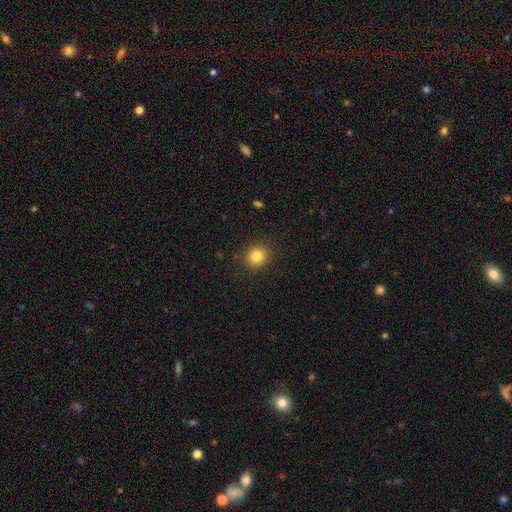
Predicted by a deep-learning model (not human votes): Overall: smooth (83%). How rounded: round (85%). Merging: none (89%).